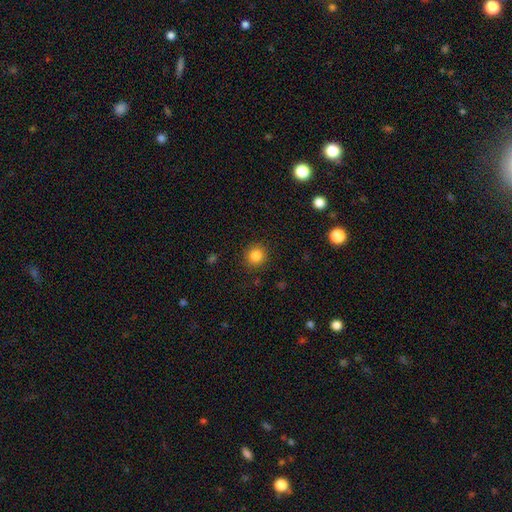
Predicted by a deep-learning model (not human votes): smooth_or_featured: smooth (p=0.85) [alt: star or artifact p=0.11]
how_rounded: round (p=0.92) [alt: in between p=0.07]
merging: none (p=0.90) [alt: minor disturbance p=0.07]